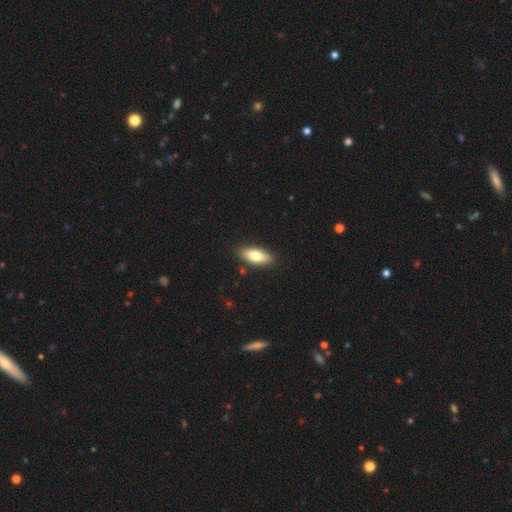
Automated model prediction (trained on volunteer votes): smooth_or_featured: smooth (p=0.76) [alt: featured or disk p=0.17]
how_rounded: in between (p=0.81) [alt: cigar-shaped p=0.16]
merging: none (p=0.88) [alt: minor disturbance p=0.09]